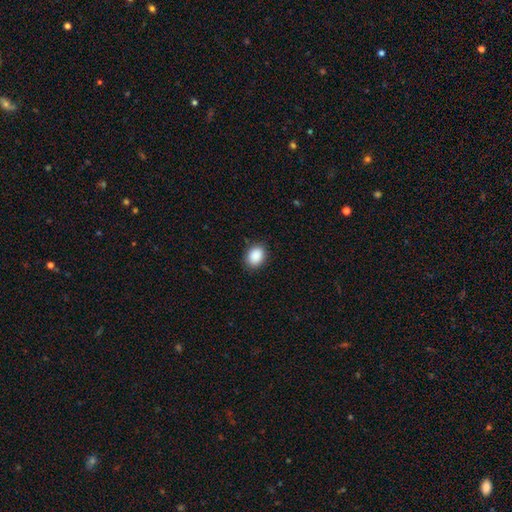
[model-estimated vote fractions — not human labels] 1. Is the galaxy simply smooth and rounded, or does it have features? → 89% smooth, 8% star or artifact, 3% featured or disk.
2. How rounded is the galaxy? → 66% in between, 33% round, 1% cigar-shaped.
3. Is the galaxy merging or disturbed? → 86% none, 11% minor disturbance, 3% major disturbance, 1% merger.